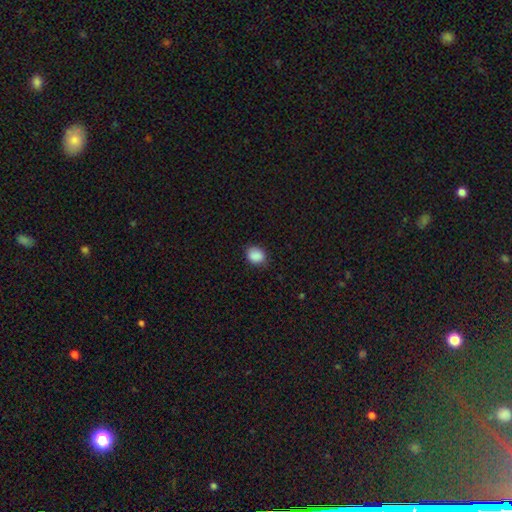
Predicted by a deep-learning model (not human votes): smooth 88%, star or artifact 9%, featured or disk 3%. Down the decision tree: how rounded — in between (51%); merging — none (82%).